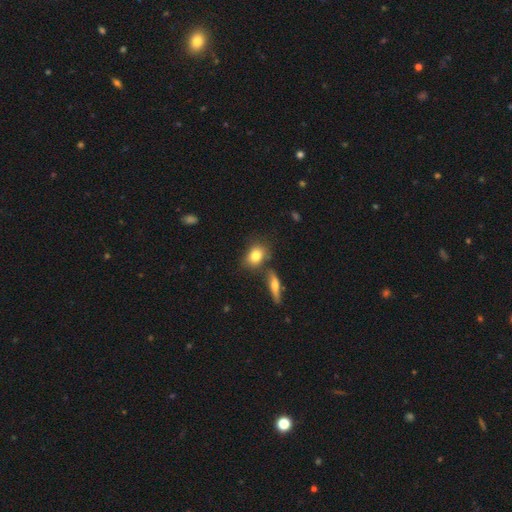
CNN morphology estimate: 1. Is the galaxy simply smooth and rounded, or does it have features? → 80% smooth, 12% featured or disk, 8% star or artifact.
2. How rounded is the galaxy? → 62% in between, 34% round, 4% cigar-shaped.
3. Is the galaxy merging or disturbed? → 64% none, 18% merger, 14% minor disturbance, 4% major disturbance.